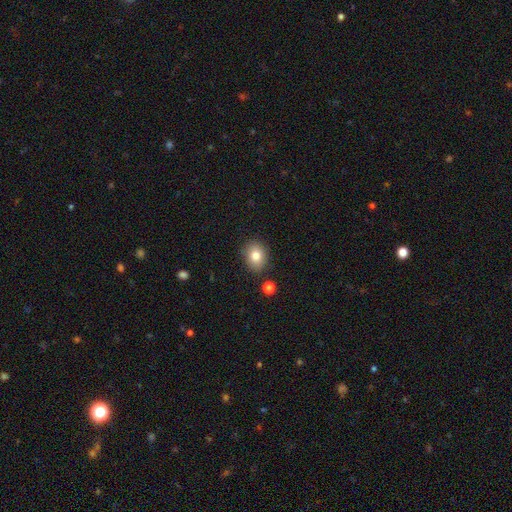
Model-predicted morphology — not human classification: smooth-or-featured: smooth: 81% | star or artifact: 10% | featured or disk: 9%
  how-rounded: round: 52% | in between: 47% | cigar-shaped: 1%
  merging: none: 85% | minor disturbance: 10% | merger: 3% | major disturbance: 2%